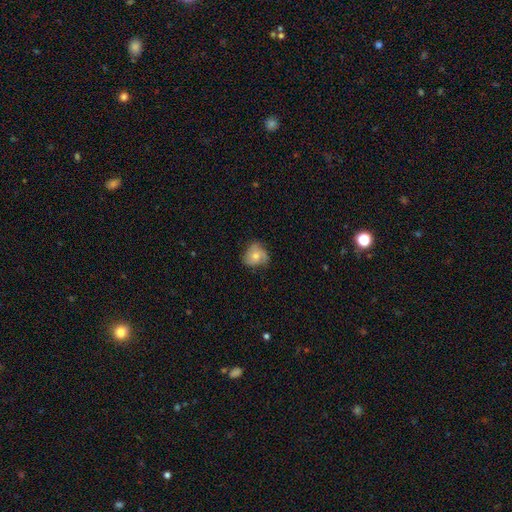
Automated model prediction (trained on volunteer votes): smooth 49%, featured or disk 43%, star or artifact 8%. Down the decision tree: merging — none (58%).